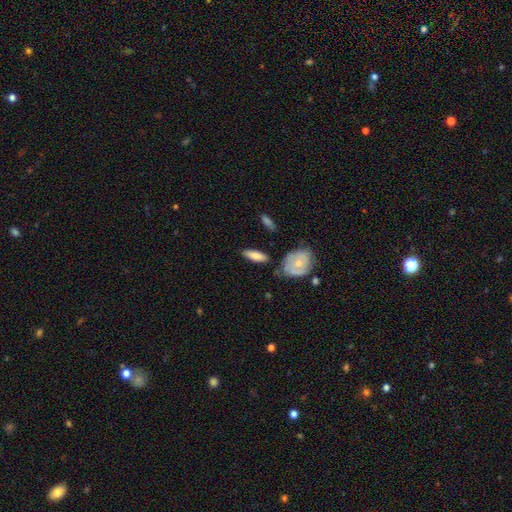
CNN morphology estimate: smooth-or-featured: smooth: 73% | featured or disk: 21% | star or artifact: 6%
  how-rounded: in between: 60% | cigar-shaped: 38% | round: 3%
  merging: none: 75% | minor disturbance: 17% | merger: 5% | major disturbance: 4%